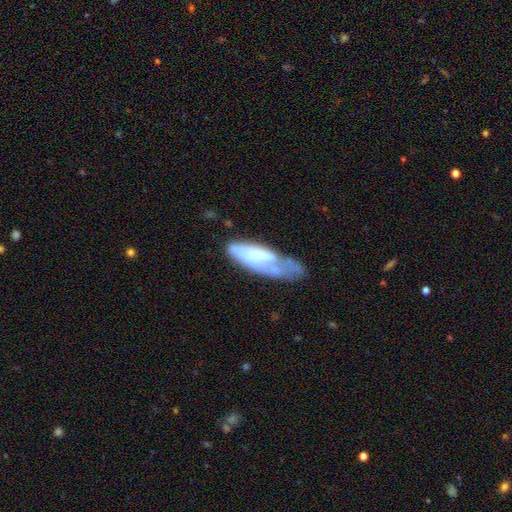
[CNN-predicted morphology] This is possibly a featured or disk galaxy (47%). Merging: marginally none (35%).